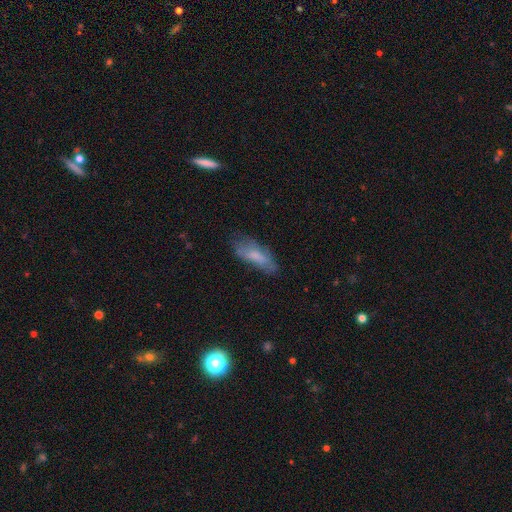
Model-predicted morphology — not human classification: This is likely a smooth galaxy (68%). How rounded: likely in between (63%). Merging: possibly none (58%).